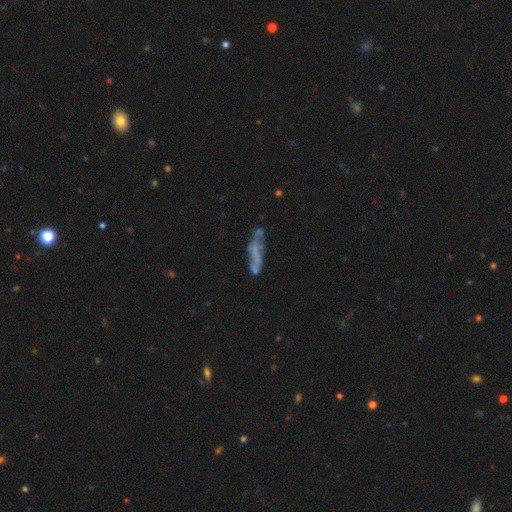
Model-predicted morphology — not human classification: smooth-or-featured: featured or disk: 49% | smooth: 38% | star or artifact: 13%
  merging: none: 48% | minor disturbance: 21% | major disturbance: 16% | merger: 16%